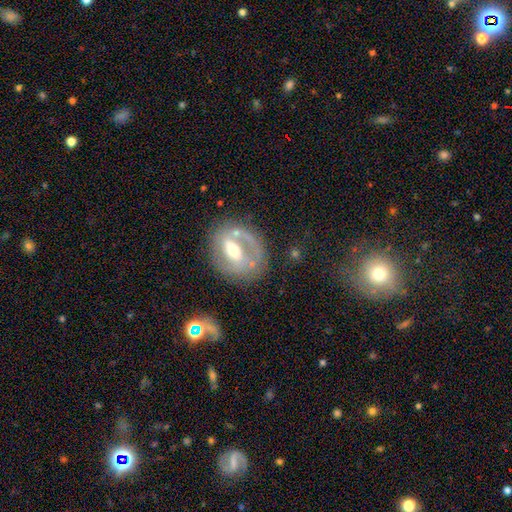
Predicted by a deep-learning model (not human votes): This is likely a featured or disk galaxy (70%). It is clearly not viewed edge-on (94%). Bar: marginally weak (39%). Spiral arm pattern: likely yes (60%). Central bulge: likely moderate (65%). Merging: likely none (62%).